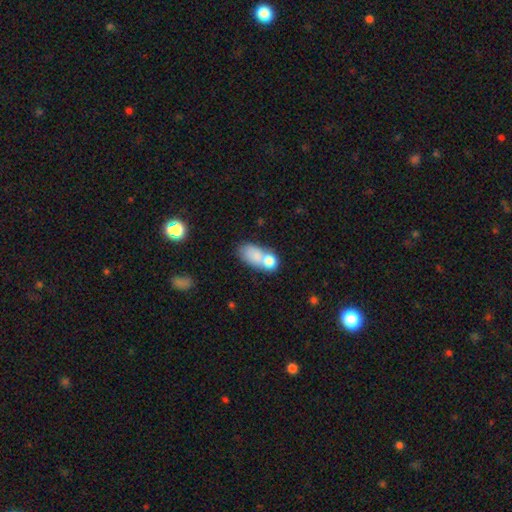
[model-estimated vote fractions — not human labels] A smooth galaxy with no disk features (75%) that is in between round and cigar-shaped (78%).

Vote fractions:
- Smooth or featured? smooth: 75% / featured or disk: 16% / star or artifact: 8%
- How rounded? in between: 78% / round: 17% / cigar-shaped: 4%
- Merging? merger: 55% / none: 26% / minor disturbance: 12% / major disturbance: 8%